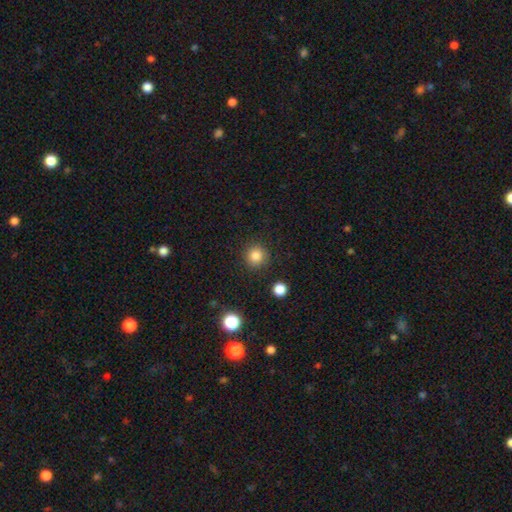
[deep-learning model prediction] A smooth galaxy with no disk features (84%) that is round (93%). Merging: none (88%).